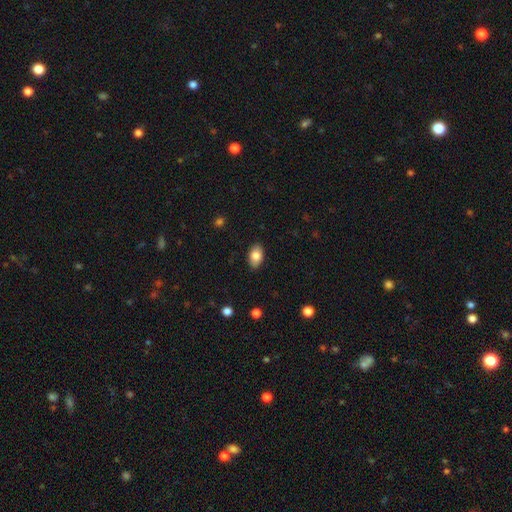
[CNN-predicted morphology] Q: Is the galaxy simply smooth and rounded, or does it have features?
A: smooth — 82%.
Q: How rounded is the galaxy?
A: in between — 91%.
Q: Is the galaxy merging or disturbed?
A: none — 87%.